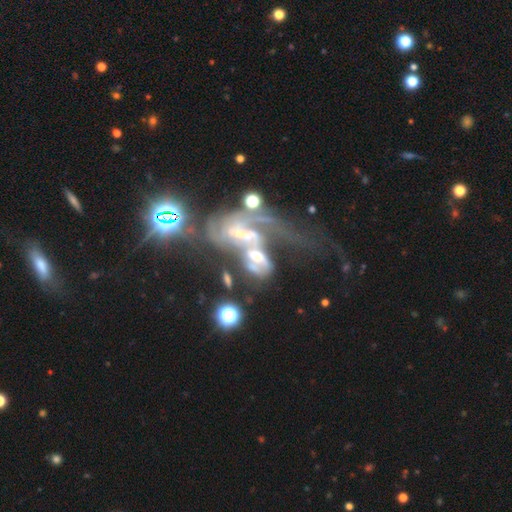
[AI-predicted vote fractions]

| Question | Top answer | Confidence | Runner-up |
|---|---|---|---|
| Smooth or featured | featured or disk | 71% | star or artifact (15%) |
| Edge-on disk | no | 93% | yes (7%) |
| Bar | no | 45% | weak (30%) |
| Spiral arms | yes | 73% | no (27%) |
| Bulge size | moderate | 41% | small (28%) |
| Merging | merger | 61% | major disturbance (24%) |